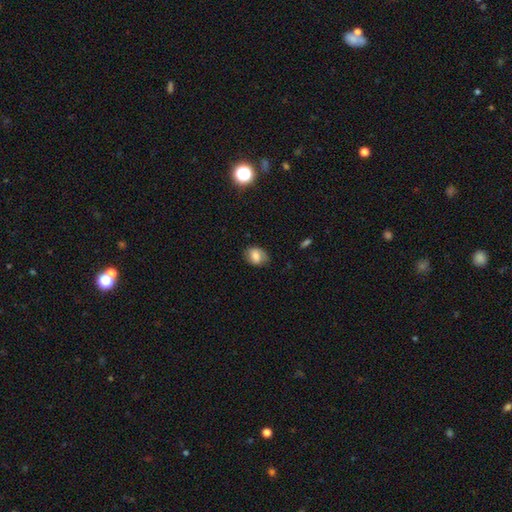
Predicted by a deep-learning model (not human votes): Morphology: type=smooth (73%); roundness=in between (58%); merging=none (72%).